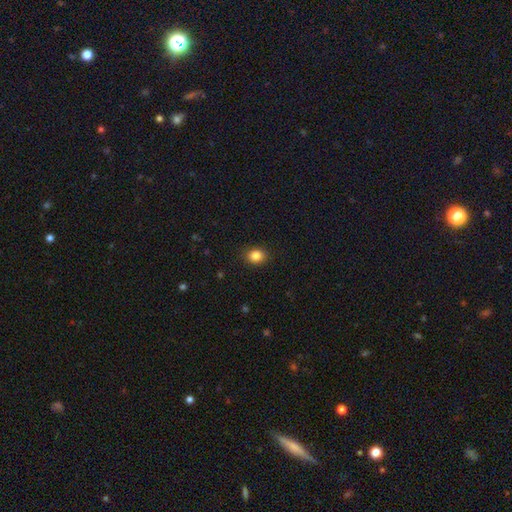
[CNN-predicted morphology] smooth 85%, star or artifact 10%, featured or disk 5%. Down the decision tree: how rounded — round (57%); merging — none (90%).